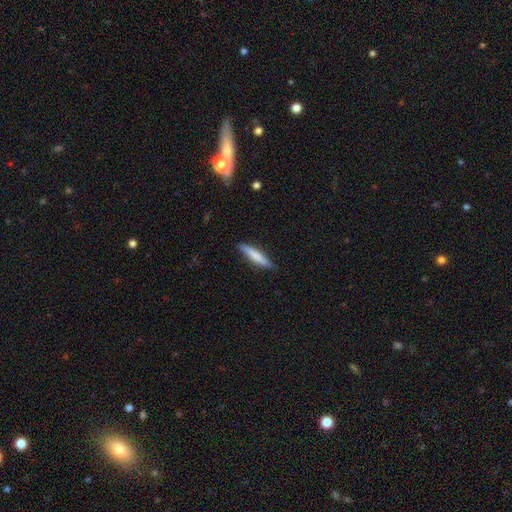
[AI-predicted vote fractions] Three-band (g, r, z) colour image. It shows a smooth galaxy with no disk features (75%) that is cigar-shaped (88%). Merging: none (86%).